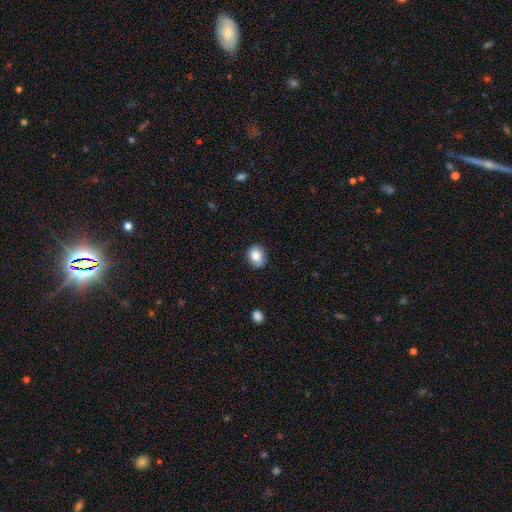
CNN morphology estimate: Smooth or featured? Predicted: smooth (p=0.84). How rounded? Predicted: in between (p=0.50). Merging? Predicted: none (p=0.84).